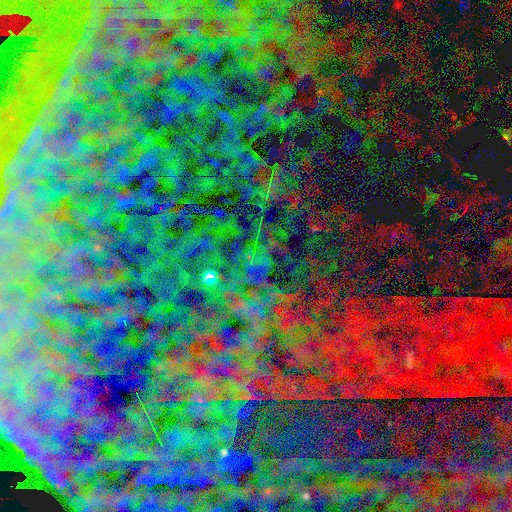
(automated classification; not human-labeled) A star or artifact, not a galaxy (83%).

Vote fractions:
- Smooth or featured? star or artifact: 83% / smooth: 9% / featured or disk: 8%